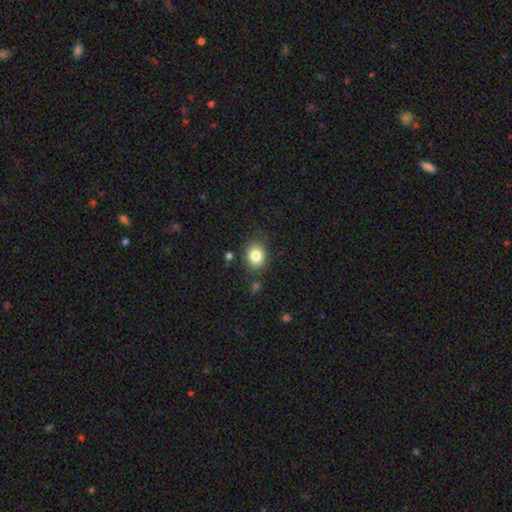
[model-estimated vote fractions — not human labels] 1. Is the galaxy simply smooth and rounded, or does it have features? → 83% smooth, 10% star or artifact, 7% featured or disk.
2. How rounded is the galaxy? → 52% round, 47% in between, 1% cigar-shaped.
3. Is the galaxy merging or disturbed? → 81% none, 12% minor disturbance, 3% major disturbance, 3% merger.